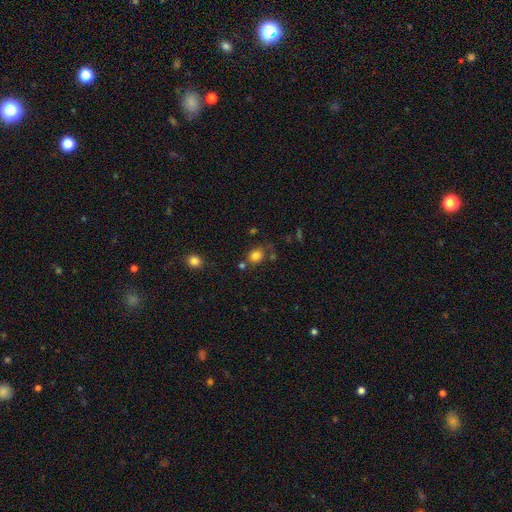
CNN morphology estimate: smooth 81%, star or artifact 12%, featured or disk 6%. Down the decision tree: how rounded — round (64%); merging — none (68%).